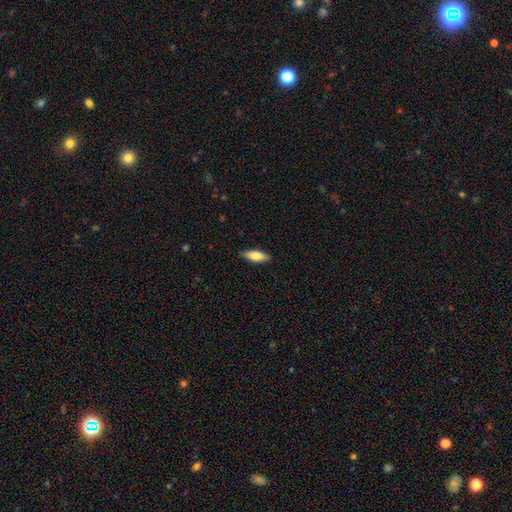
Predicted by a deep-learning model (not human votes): Smooth or featured: smooth — 77% (featured or disk — 17%)
How rounded: in between — 66% (cigar-shaped — 32%)
Merging: none — 88% (minor disturbance — 9%)